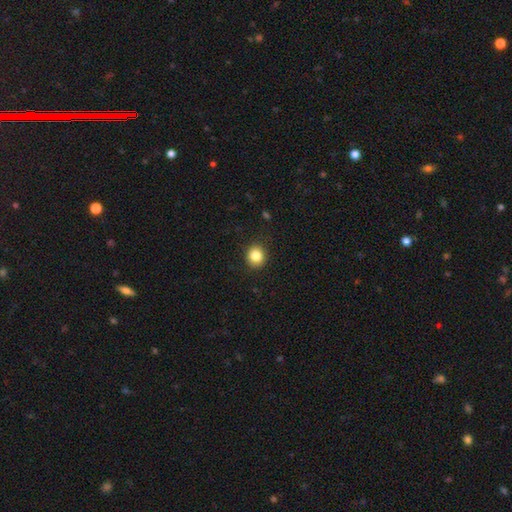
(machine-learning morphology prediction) smooth-or-featured: smooth: 85% | star or artifact: 10% | featured or disk: 5%
  how-rounded: round: 84% | in between: 15% | cigar-shaped: 1%
  merging: none: 90% | minor disturbance: 7% | major disturbance: 2% | merger: 1%